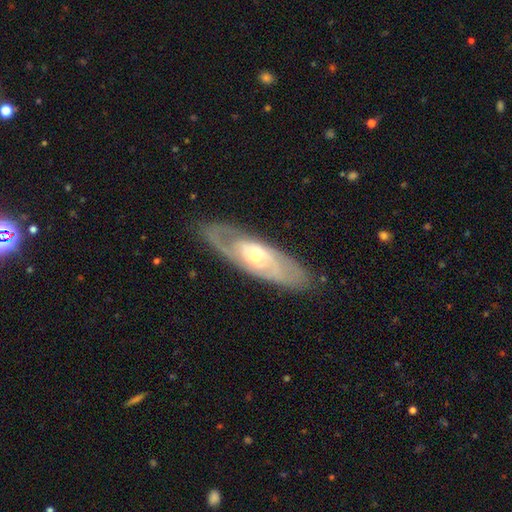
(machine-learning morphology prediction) featured or disk 80%, smooth 14%, star or artifact 5%. Down the decision tree: edge-on disk — no (83%); bar — no (63%); spiral arms — yes (86%); spiral arm count — 2 (55%); spiral winding — tight (54%); bulge size — moderate (50%); merging — none (81%).